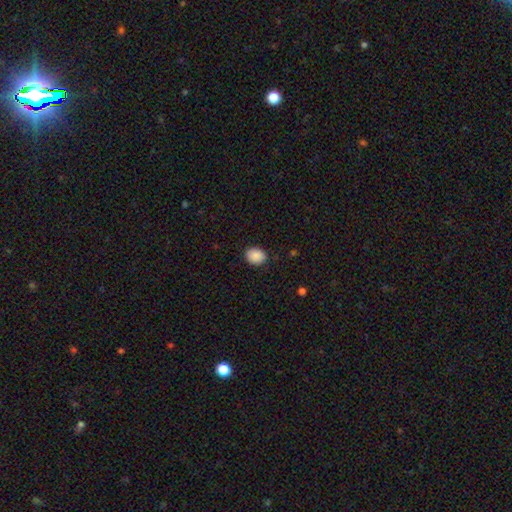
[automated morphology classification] smooth 89%, star or artifact 8%, featured or disk 3%. Down the decision tree: how rounded — in between (58%); merging — none (88%).